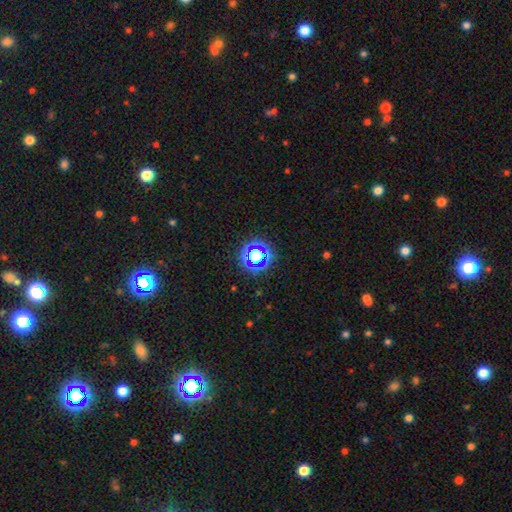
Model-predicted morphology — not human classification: Smooth or featured? Predicted: star or artifact (p=0.57).